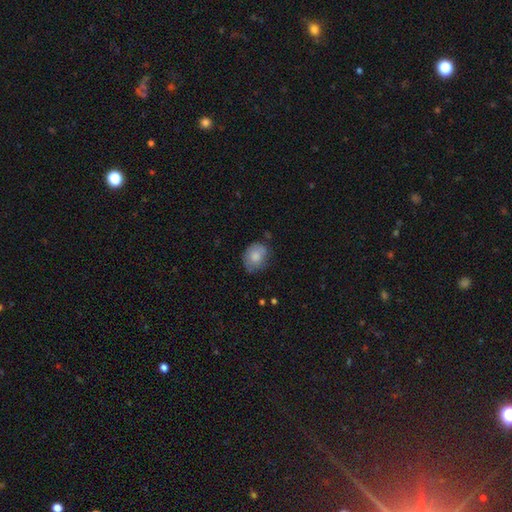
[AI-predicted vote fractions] smooth_or_featured: smooth (p=0.77) [alt: featured or disk p=0.15]
how_rounded: round (p=0.50) [alt: in between p=0.49]
merging: none (p=0.61) [alt: minor disturbance p=0.29]